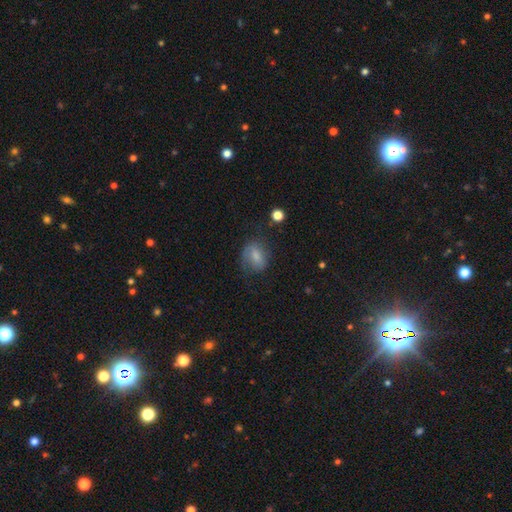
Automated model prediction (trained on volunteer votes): Smooth or featured? smooth (66%)
How rounded? in between (64%)
Merging? none (52%)